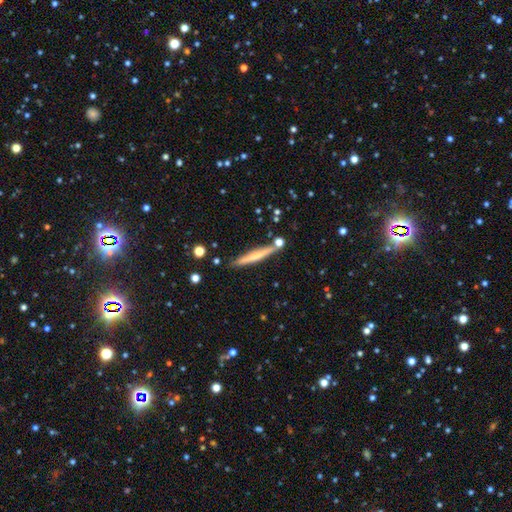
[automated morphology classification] A smooth galaxy with no disk features (51%) that is cigar-shaped (95%).

Vote fractions:
- Smooth or featured? smooth: 51% / featured or disk: 43% / star or artifact: 6%
- How rounded? cigar-shaped: 95% / in between: 3% / round: 1%
- Merging? none: 82% / minor disturbance: 10% / merger: 6% / major disturbance: 2%